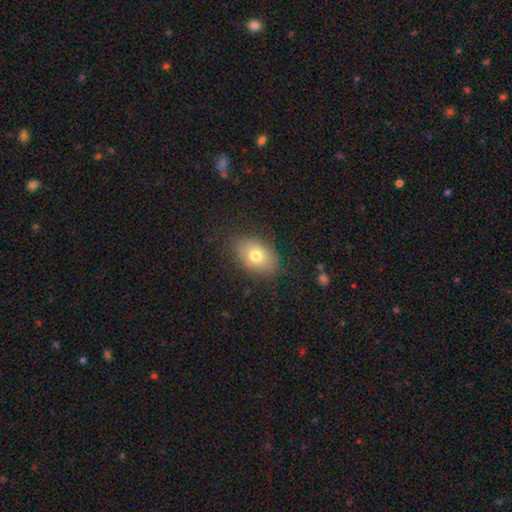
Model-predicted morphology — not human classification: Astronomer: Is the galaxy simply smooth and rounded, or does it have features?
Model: smooth — 73%.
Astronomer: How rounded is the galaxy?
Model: in between — 84%.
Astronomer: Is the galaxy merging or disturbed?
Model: none — 80%.